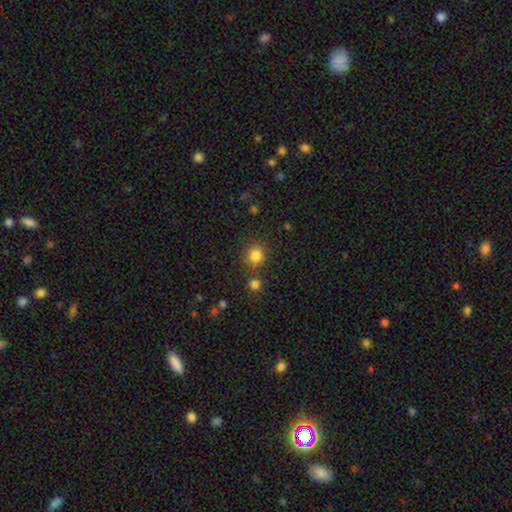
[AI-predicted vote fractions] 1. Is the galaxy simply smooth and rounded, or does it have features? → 82% smooth, 13% star or artifact, 5% featured or disk.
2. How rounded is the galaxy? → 91% round, 8% in between, 1% cigar-shaped.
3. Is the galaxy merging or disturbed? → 77% none, 10% merger, 9% minor disturbance, 4% major disturbance.